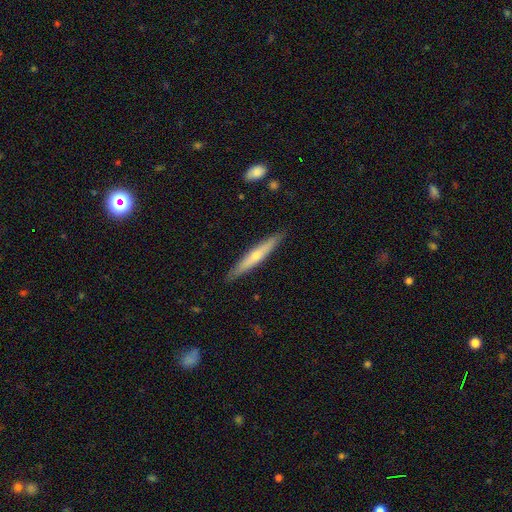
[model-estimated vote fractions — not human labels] Morphology: type=featured or disk (52%); edge-on=yes (93%); merging=none (89%).